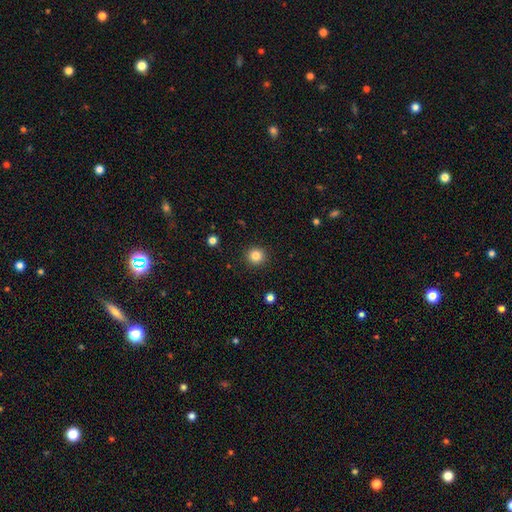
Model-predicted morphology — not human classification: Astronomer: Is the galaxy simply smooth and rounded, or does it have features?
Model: smooth — 84%.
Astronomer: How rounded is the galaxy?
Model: round — 94%.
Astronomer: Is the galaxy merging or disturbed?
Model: none — 92%.